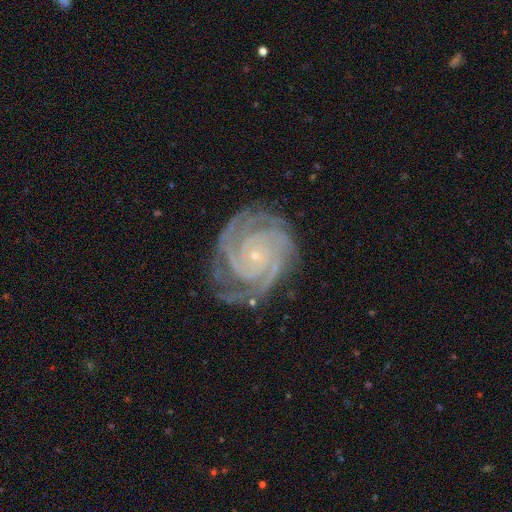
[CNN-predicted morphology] This is clearly a featured or disk galaxy (92%). It is clearly not viewed edge-on (98%). Bar: likely no (78%). Spiral arm pattern: clearly yes (99%). Spiral arm count: marginally 3 (29%). Spiral winding: clearly tight (81%). Central bulge: clearly small (89%). Merging: likely none (77%).